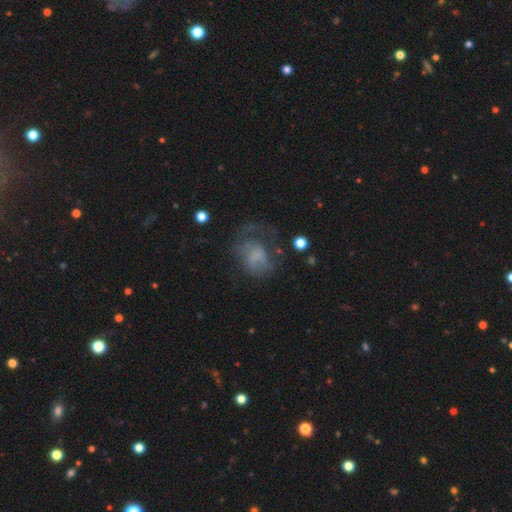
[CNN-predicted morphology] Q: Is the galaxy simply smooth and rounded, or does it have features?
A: featured or disk — 45%.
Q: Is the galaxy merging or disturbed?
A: major disturbance — 41%.